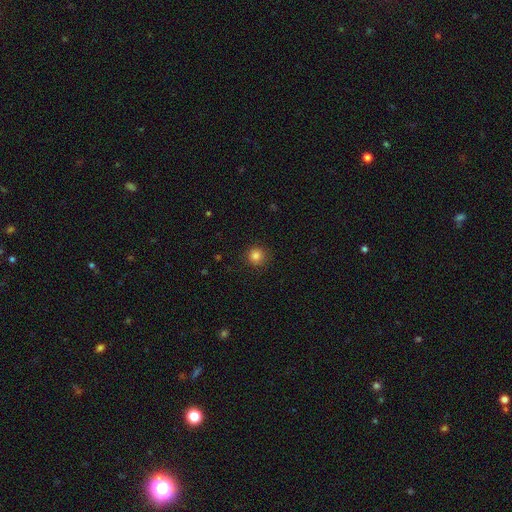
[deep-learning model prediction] Smooth or featured: smooth — 84% (star or artifact — 12%)
How rounded: round — 94% (in between — 5%)
Merging: none — 90% (minor disturbance — 7%)